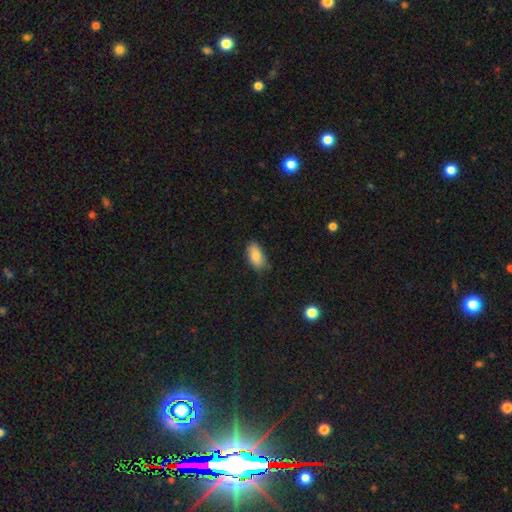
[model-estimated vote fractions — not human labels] This appears to be a smooth galaxy with no disk features (84%) that is in between round and cigar-shaped (92%). Merging: none (73%).